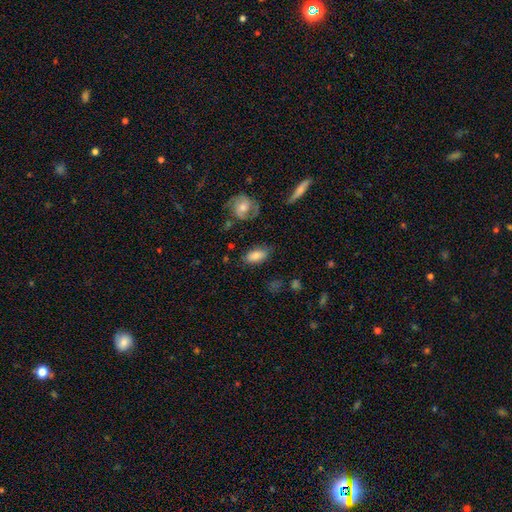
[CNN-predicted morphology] Smooth or featured? Predicted: smooth (p=0.77). How rounded? Predicted: in between (p=0.91). Merging? Predicted: none (p=0.76).